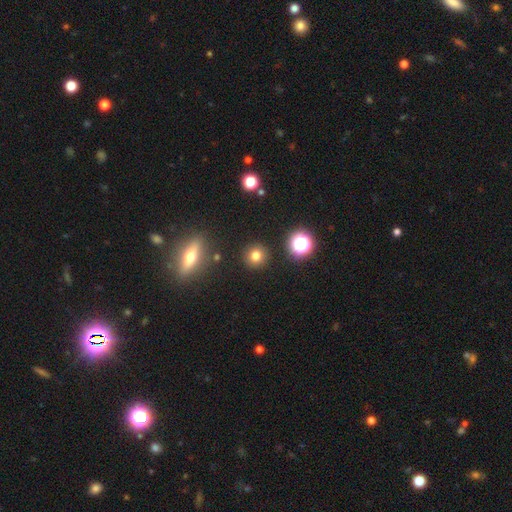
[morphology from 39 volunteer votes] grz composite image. It shows a smooth galaxy with no disk features (95%) that is round (100%). Merging: none (92%).